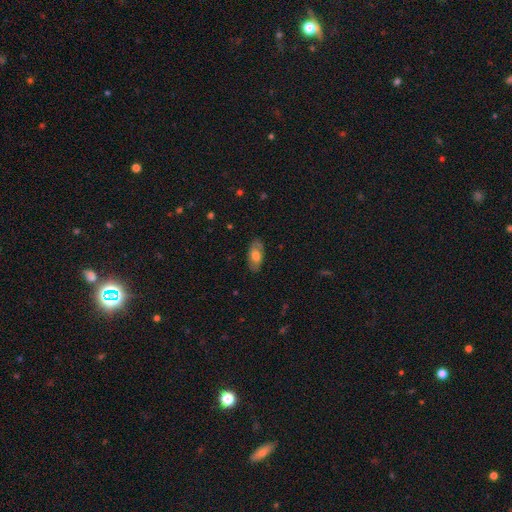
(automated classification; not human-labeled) Smooth or featured? Predicted: smooth (p=0.58). How rounded? Predicted: in between (p=0.91). Merging? Predicted: none (p=0.82).